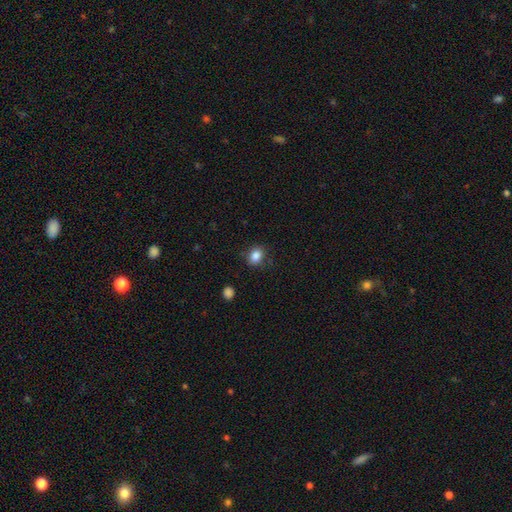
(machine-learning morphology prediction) A smooth galaxy with no disk features (86%) that is round (53%).

Vote fractions:
- Smooth or featured? smooth: 86% / star or artifact: 10% / featured or disk: 4%
- How rounded? round: 53% / in between: 46% / cigar-shaped: 1%
- Merging? none: 82% / minor disturbance: 13% / major disturbance: 3% / merger: 2%